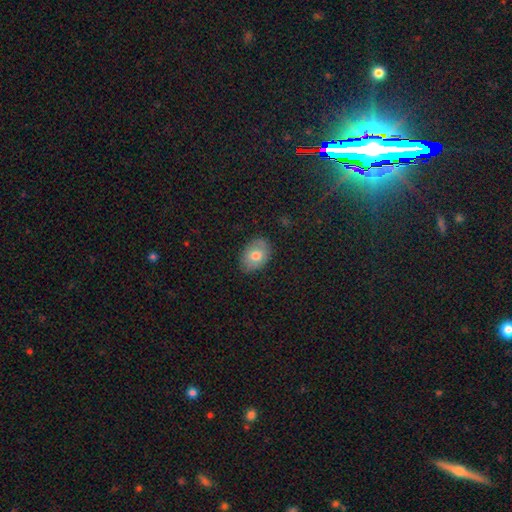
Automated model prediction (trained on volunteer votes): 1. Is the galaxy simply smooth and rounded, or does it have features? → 74% smooth, 19% featured or disk, 8% star or artifact.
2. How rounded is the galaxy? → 81% in between, 18% round, 1% cigar-shaped.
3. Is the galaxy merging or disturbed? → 81% none, 15% minor disturbance, 3% major disturbance, 1% merger.